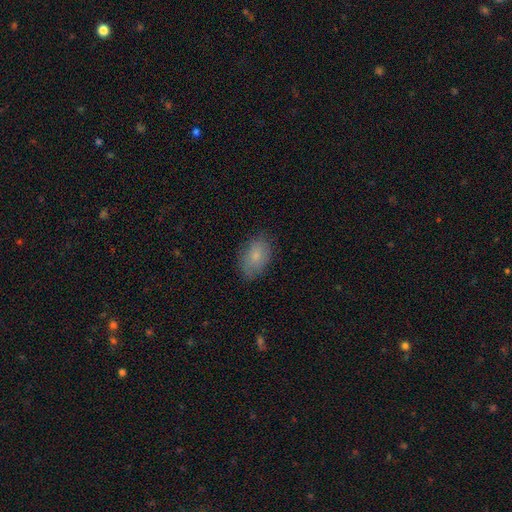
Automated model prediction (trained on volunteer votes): smooth_or_featured: smooth (p=0.76) [alt: featured or disk p=0.16]
how_rounded: in between (p=0.86) [alt: round p=0.12]
merging: none (p=0.77) [alt: minor disturbance p=0.18]